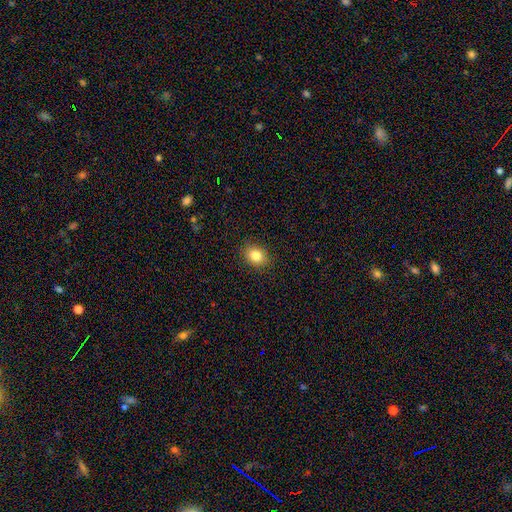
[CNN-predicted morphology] Smooth or featured: smooth — 83% (star or artifact — 10%)
How rounded: in between — 57% (round — 42%)
Merging: none — 89% (minor disturbance — 8%)